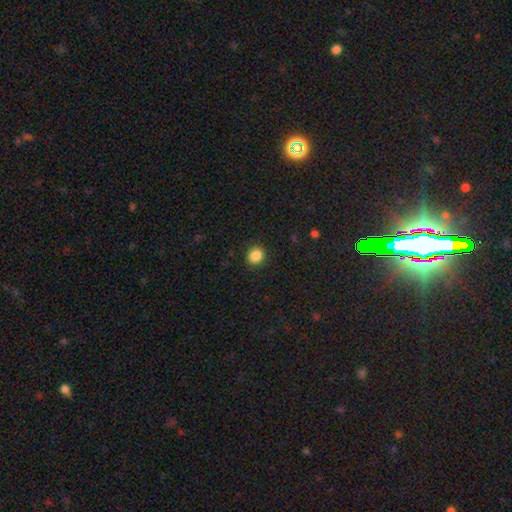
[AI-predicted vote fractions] Smooth or featured?
  - smooth: 87% *
  - star or artifact: 10%
  - featured or disk: 3%
How rounded?
  - round: 78% *
  - in between: 21%
  - cigar-shaped: 1%
Merging?
  - none: 90% *
  - minor disturbance: 7%
  - major disturbance: 2%
  - merger: 1%